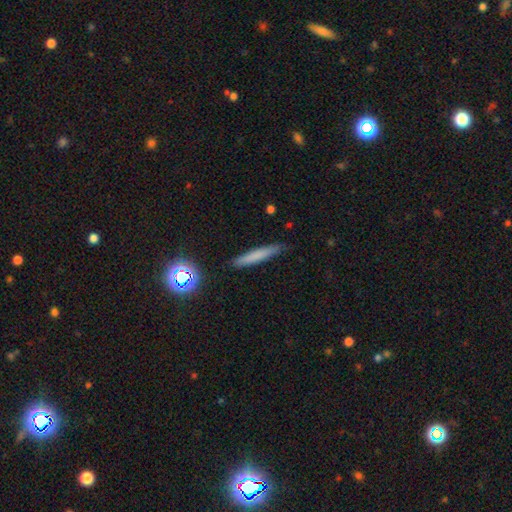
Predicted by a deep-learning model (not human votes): Smooth or featured: smooth — 70% (featured or disk — 20%)
How rounded: cigar-shaped — 93% (in between — 5%)
Merging: none — 87% (minor disturbance — 10%)